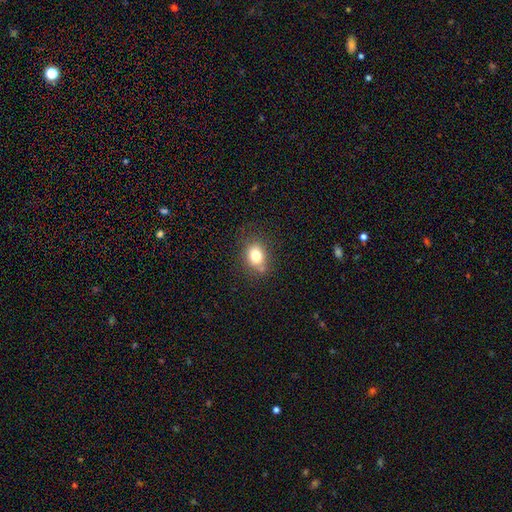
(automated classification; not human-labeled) Smooth or featured?
  - smooth: 78% *
  - star or artifact: 11%
  - featured or disk: 11%
How rounded?
  - in between: 53% *
  - round: 46%
  - cigar-shaped: 1%
Merging?
  - none: 72% *
  - minor disturbance: 16%
  - merger: 6%
  - major disturbance: 5%